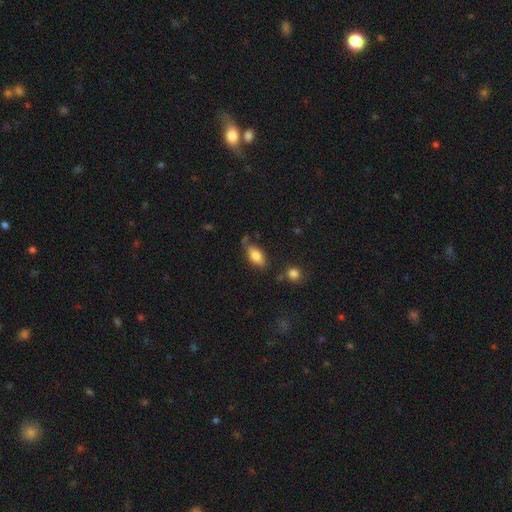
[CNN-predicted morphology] A smooth galaxy with no disk features (76%) that is in between round and cigar-shaped (87%).

Vote fractions:
- Smooth or featured? smooth: 76% / featured or disk: 16% / star or artifact: 8%
- How rounded? in between: 87% / cigar-shaped: 10% / round: 4%
- Merging? none: 63% / minor disturbance: 22% / merger: 8% / major disturbance: 7%